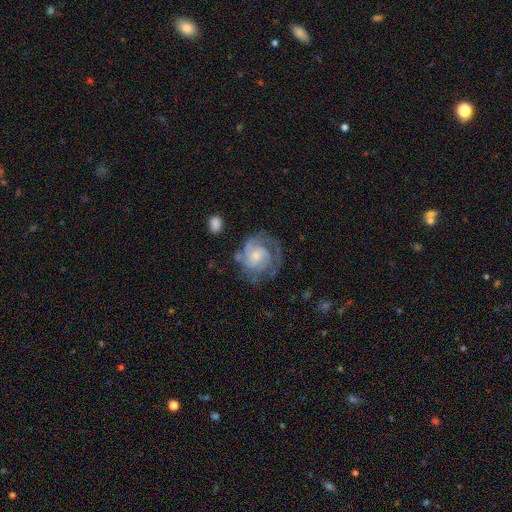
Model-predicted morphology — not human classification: featured or disk 79%, smooth 15%, star or artifact 6%. Down the decision tree: edge-on disk — no (98%); bar — no (68%); spiral arms — yes (93%); spiral arm count — 2 (34%); spiral winding — tight (53%); bulge size — small (60%); merging — none (57%).